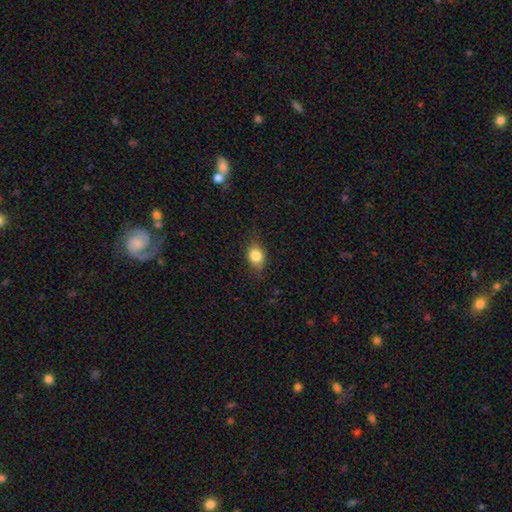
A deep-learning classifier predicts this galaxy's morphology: smooth_or_featured: smooth (p=0.80) [alt: featured or disk p=0.10]
how_rounded: in between (p=0.59) [alt: round p=0.39]
merging: none (p=0.77) [alt: minor disturbance p=0.18]